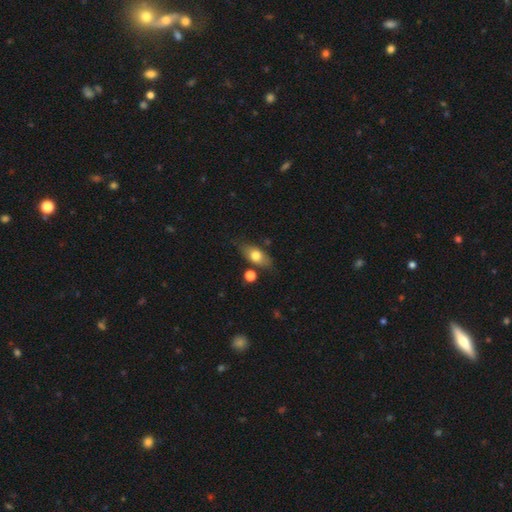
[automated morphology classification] smooth_or_featured: smooth (p=0.70) [alt: featured or disk p=0.23]
how_rounded: in between (p=0.79) [alt: round p=0.11]
merging: none (p=0.71) [alt: minor disturbance p=0.17]